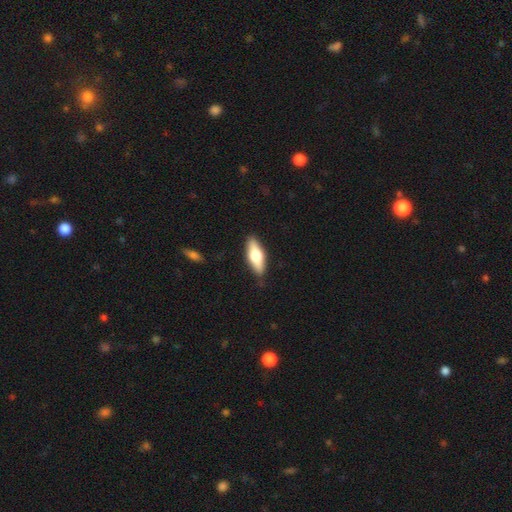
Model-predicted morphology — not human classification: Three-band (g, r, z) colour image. It shows a smooth galaxy with no disk features (58%) that is in between round and cigar-shaped (63%). Merging: none (87%).